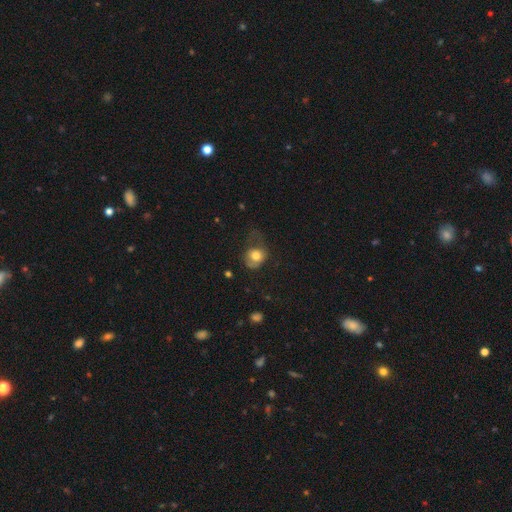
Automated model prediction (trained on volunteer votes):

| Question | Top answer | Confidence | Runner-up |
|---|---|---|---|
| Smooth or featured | smooth | 73% | featured or disk (18%) |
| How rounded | round | 62% | in between (37%) |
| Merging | major disturbance | 41% | none (28%) |